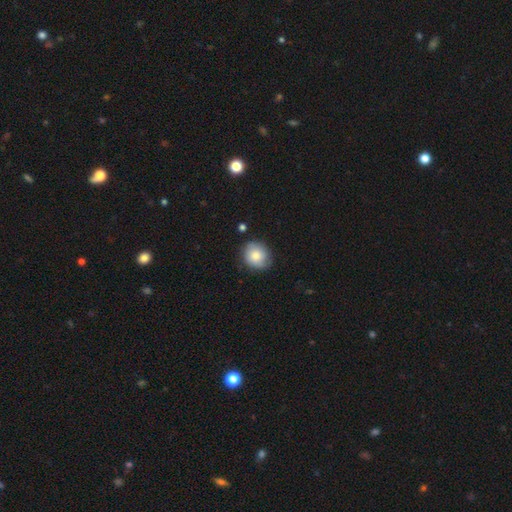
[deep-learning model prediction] A smooth galaxy with no disk features (77%) that is round (76%).

Vote fractions:
- Smooth or featured? smooth: 77% / featured or disk: 16% / star or artifact: 7%
- How rounded? round: 76% / in between: 23% / cigar-shaped: 1%
- Merging? none: 78% / minor disturbance: 17% / major disturbance: 3% / merger: 2%